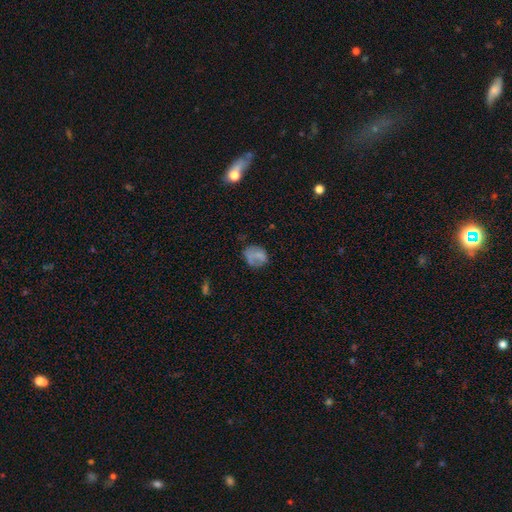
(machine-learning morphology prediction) smooth-or-featured: smooth: 66% | featured or disk: 22% | star or artifact: 11%
  how-rounded: round: 53% | in between: 45% | cigar-shaped: 1%
  merging: none: 53% | minor disturbance: 27% | major disturbance: 17% | merger: 3%